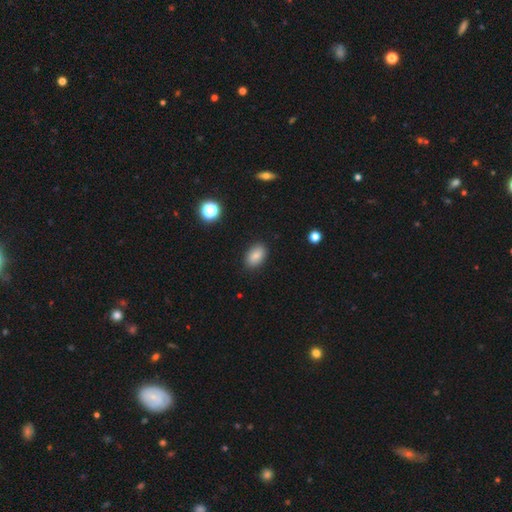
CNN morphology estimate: smooth_or_featured: smooth (p=0.84) [alt: star or artifact p=0.09]
how_rounded: in between (p=0.89) [alt: round p=0.10]
merging: none (p=0.88) [alt: minor disturbance p=0.09]